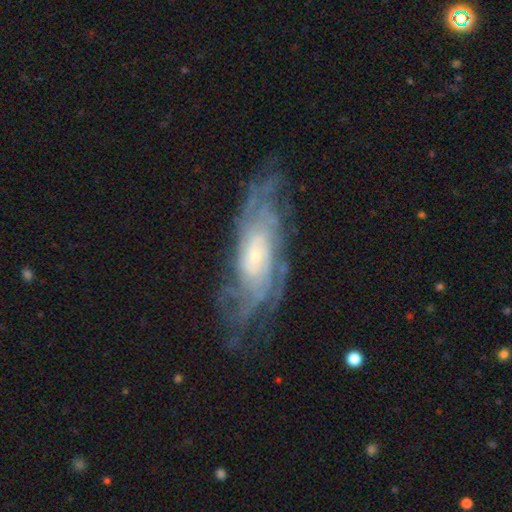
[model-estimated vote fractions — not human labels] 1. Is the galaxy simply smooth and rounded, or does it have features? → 84% featured or disk, 10% smooth, 7% star or artifact.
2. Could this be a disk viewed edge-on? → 87% no, 13% yes.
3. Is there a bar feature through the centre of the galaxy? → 70% no, 24% weak, 6% strong.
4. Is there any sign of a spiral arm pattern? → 93% yes, 7% no.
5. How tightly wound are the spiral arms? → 67% tight, 26% medium, 7% loose.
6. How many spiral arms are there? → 48% can't tell, 15% more than 4, 15% 4, 9% 2, 8% 3, 5% 1.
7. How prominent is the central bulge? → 72% small, 21% moderate, 3% large, 2% none, 1% dominant.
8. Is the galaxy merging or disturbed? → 71% none, 17% minor disturbance, 10% major disturbance, 2% merger.